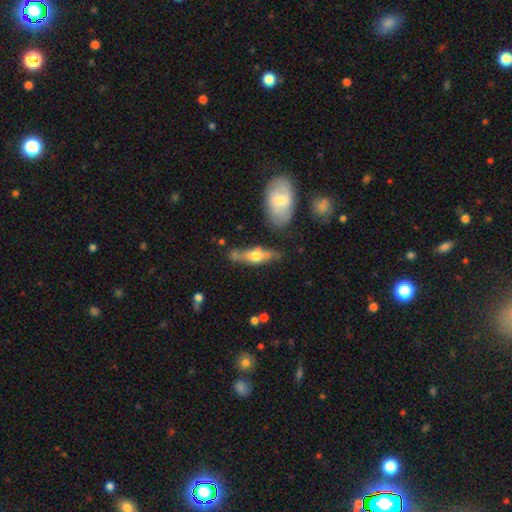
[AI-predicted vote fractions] featured or disk 56%, smooth 38%, star or artifact 6%. Down the decision tree: edge-on disk — yes (85%); merging — none (68%).